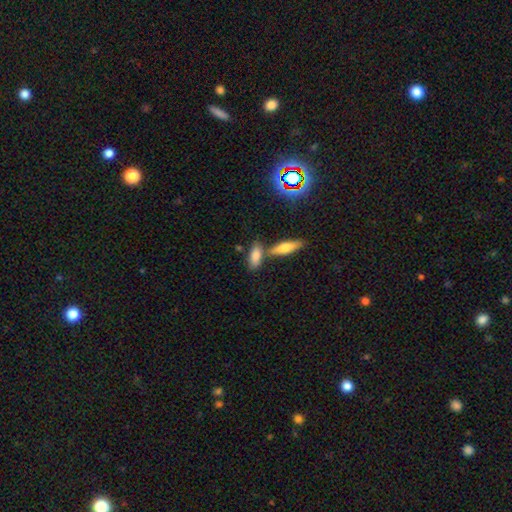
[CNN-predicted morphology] smooth-or-featured: smooth: 79% | featured or disk: 12% | star or artifact: 9%
  how-rounded: in between: 73% | cigar-shaped: 24% | round: 3%
  merging: none: 54% | merger: 30% | minor disturbance: 12% | major disturbance: 4%